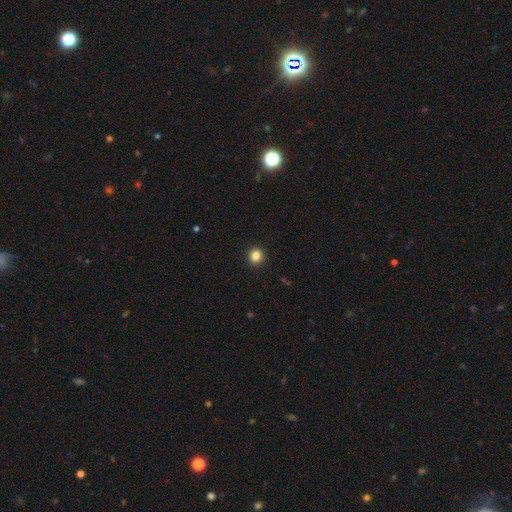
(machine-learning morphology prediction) Q: Smooth or featured?
A: smooth (84%); runner-up: star or artifact (12%)
Q: How rounded?
A: round (92%); runner-up: in between (7%)
Q: Merging?
A: none (93%); runner-up: minor disturbance (4%)